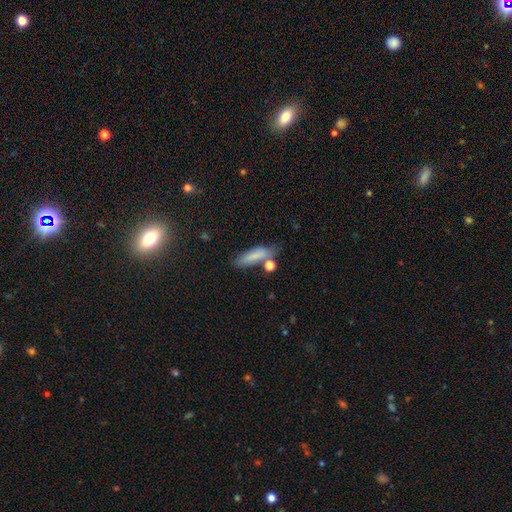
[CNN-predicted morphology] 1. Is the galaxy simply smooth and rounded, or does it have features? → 78% smooth, 13% featured or disk, 8% star or artifact.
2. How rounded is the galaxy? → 59% cigar-shaped, 38% in between, 4% round.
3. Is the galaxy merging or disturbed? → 64% none, 18% minor disturbance, 12% merger, 6% major disturbance.